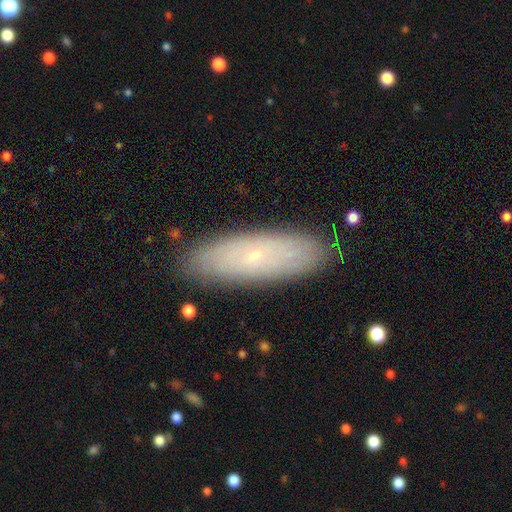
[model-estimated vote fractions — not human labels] This appears to be a smooth galaxy with no disk features (46%, tied with featured or disk). Merging: none (87%).